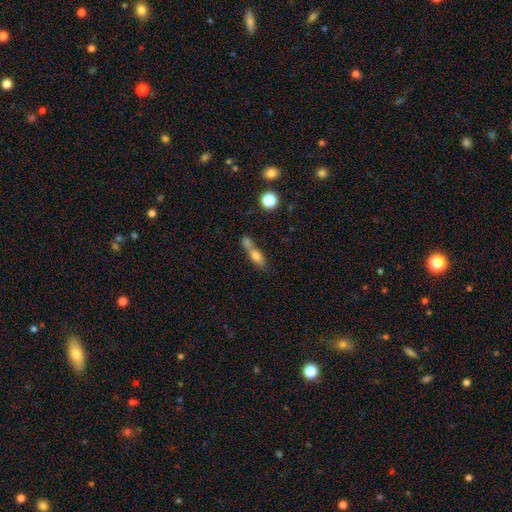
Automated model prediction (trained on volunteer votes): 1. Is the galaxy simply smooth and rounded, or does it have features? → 67% smooth, 23% featured or disk, 10% star or artifact.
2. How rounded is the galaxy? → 52% in between, 40% cigar-shaped, 9% round.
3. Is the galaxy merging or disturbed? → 54% merger, 28% none, 11% minor disturbance, 6% major disturbance.